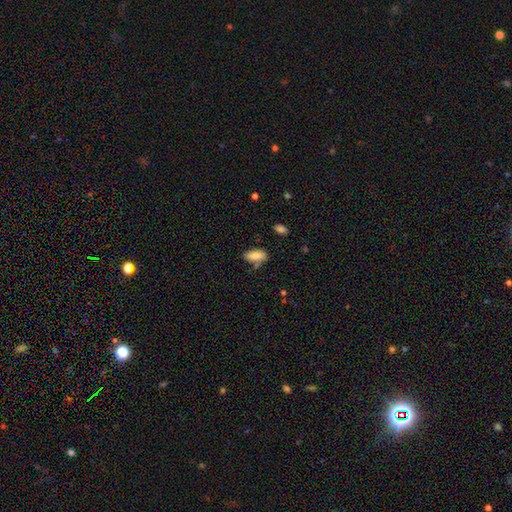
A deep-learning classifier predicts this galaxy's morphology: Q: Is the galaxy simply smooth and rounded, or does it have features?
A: smooth — 84%.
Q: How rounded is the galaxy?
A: in between — 86%.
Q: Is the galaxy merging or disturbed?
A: none — 63%.